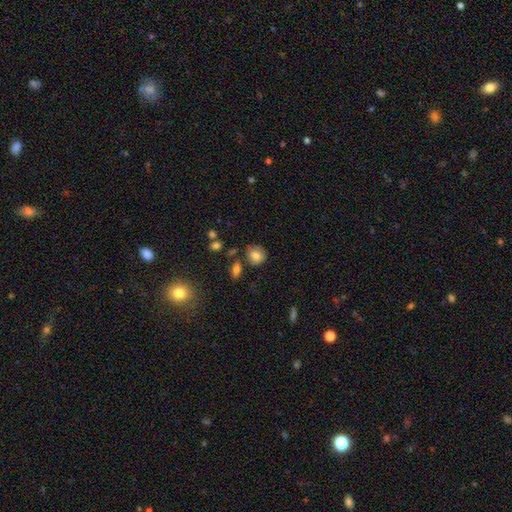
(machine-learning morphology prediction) Smooth or featured? smooth (80%)
How rounded? round (80%)
Merging? none (73%)